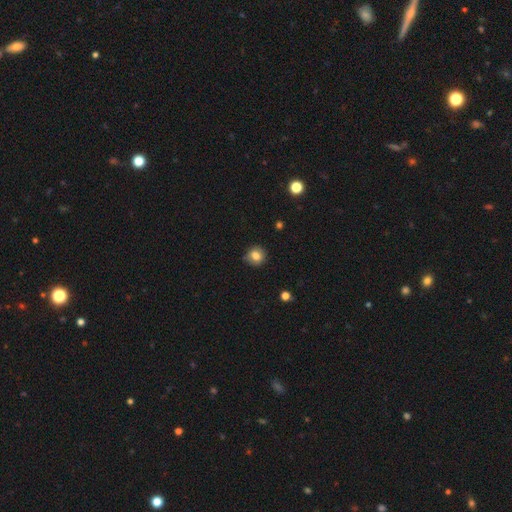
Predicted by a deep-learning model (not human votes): Q: Smooth or featured?
A: smooth (80%); runner-up: star or artifact (11%)
Q: How rounded?
A: round (81%); runner-up: in between (18%)
Q: Merging?
A: none (79%); runner-up: minor disturbance (16%)